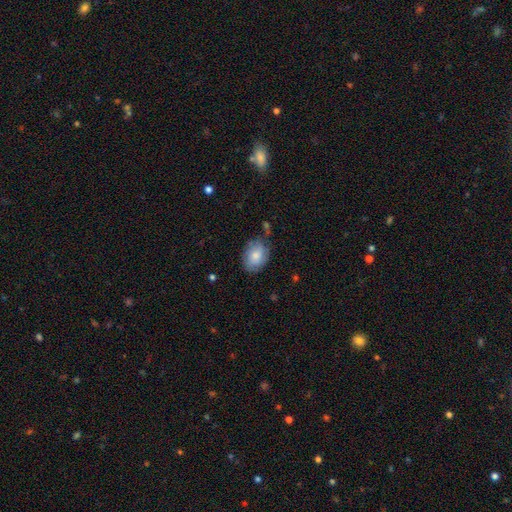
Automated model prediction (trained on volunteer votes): smooth 78%, featured or disk 15%, star or artifact 7%. Down the decision tree: how rounded — in between (72%); merging — none (70%).